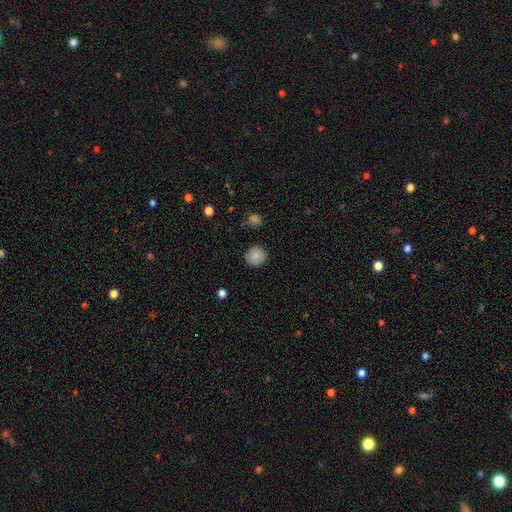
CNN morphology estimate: Smooth or featured? smooth (87%)
How rounded? round (91%)
Merging? none (87%)